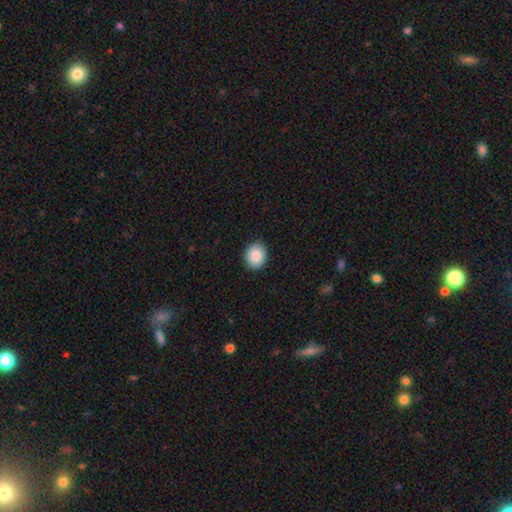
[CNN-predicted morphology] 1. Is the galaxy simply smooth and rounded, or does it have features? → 87% smooth, 8% star or artifact, 6% featured or disk.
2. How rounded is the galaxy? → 61% round, 38% in between, 1% cigar-shaped.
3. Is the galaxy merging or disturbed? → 90% none, 8% minor disturbance, 2% major disturbance, 1% merger.